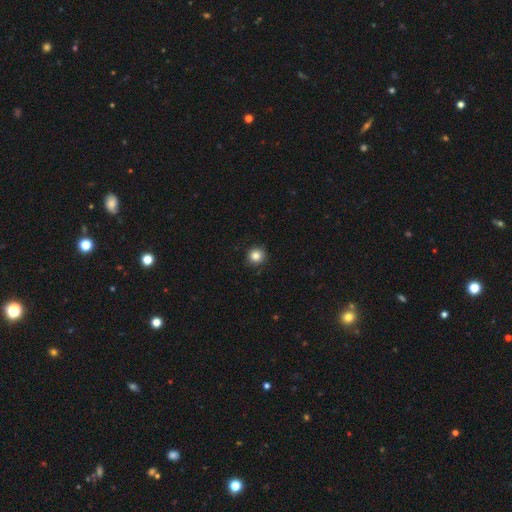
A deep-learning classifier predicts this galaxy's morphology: The model was most divided on "smooth or featured": smooth: 84%, star or artifact: 11%, featured or disk: 4%. More confident: how rounded — round (93%); merging — none (90%).